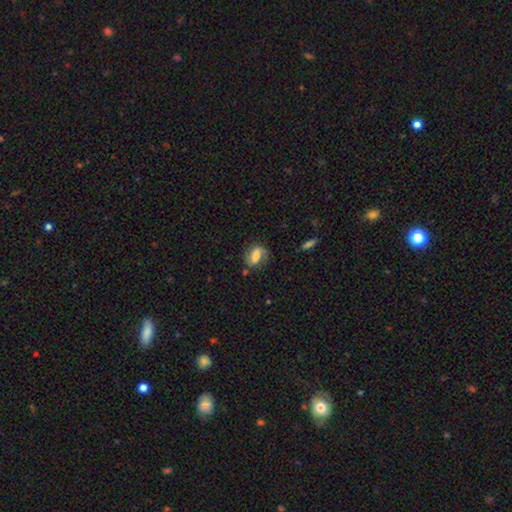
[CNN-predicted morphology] A smooth galaxy with no disk features (47%).

Vote fractions:
- Smooth or featured? smooth: 47% / featured or disk: 44% / star or artifact: 9%
- Merging? none: 64% / minor disturbance: 23% / major disturbance: 10% / merger: 3%